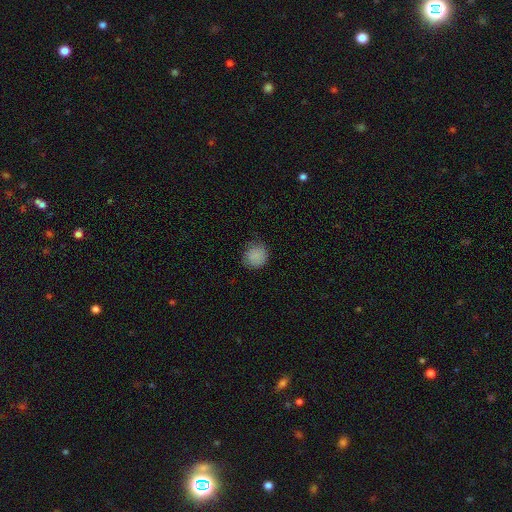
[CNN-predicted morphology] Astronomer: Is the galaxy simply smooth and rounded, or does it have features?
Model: smooth — 85%.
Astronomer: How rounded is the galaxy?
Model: round — 86%.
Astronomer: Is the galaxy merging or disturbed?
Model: none — 78%.